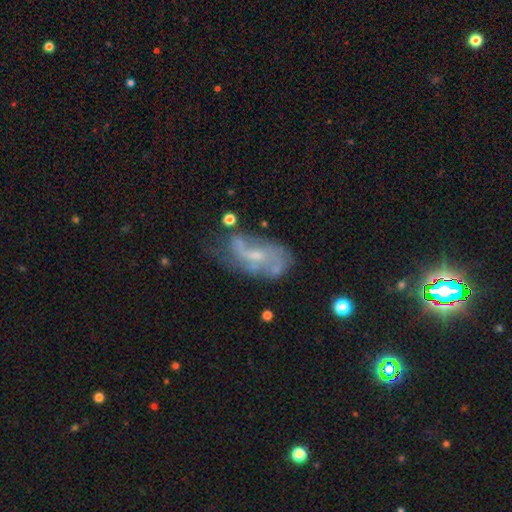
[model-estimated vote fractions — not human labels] Smooth or featured? featured or disk (71%)
Edge-on disk? no (95%)
Bar? no (51%)
Spiral arms? yes (76%)
Spiral winding? loose (55%)
Spiral arm count? 2 (53%)
Bulge size? small (60%)
Merging? none (43%)